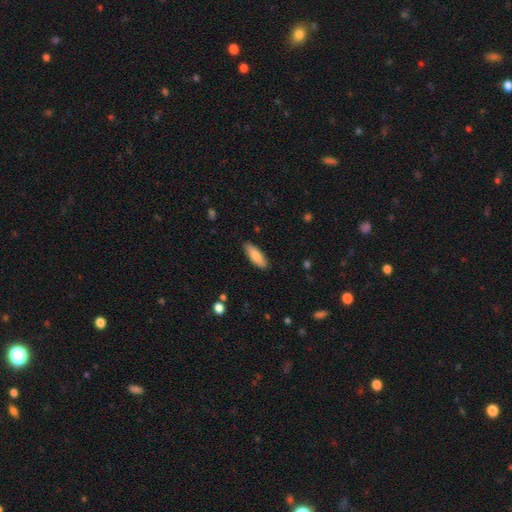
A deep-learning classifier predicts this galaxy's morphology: A smooth galaxy with no disk features (85%) that is in between round and cigar-shaped (59%).

Vote fractions:
- Smooth or featured? smooth: 85% / featured or disk: 9% / star or artifact: 6%
- How rounded? in between: 59% / cigar-shaped: 39% / round: 2%
- Merging? none: 87% / minor disturbance: 10% / major disturbance: 2% / merger: 1%